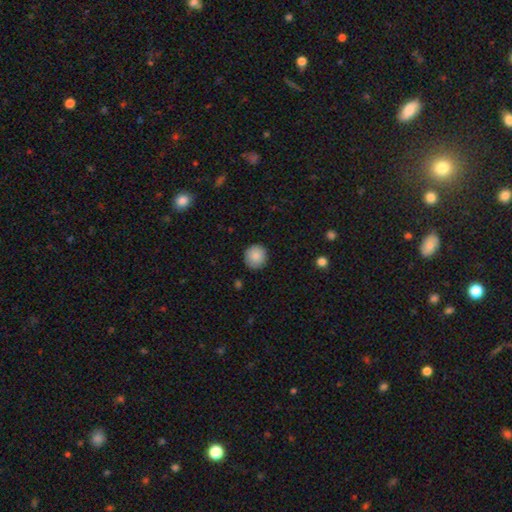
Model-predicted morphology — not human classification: Overall: smooth (87%). How rounded: round (93%). Merging: none (90%).